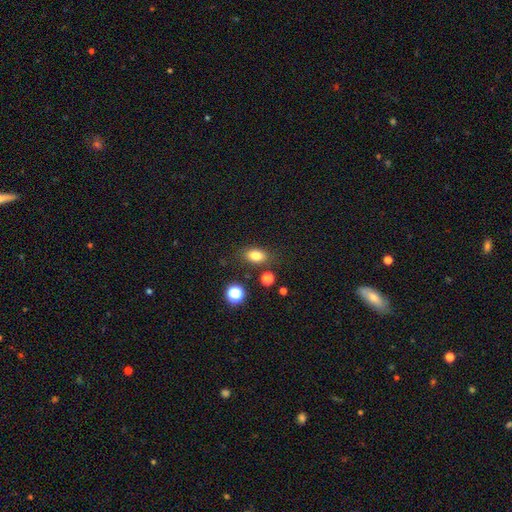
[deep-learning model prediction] Smooth or featured?
  - smooth: 79% *
  - star or artifact: 12%
  - featured or disk: 9%
How rounded?
  - in between: 77% *
  - round: 21%
  - cigar-shaped: 2%
Merging?
  - none: 82% *
  - minor disturbance: 11%
  - merger: 4%
  - major disturbance: 3%